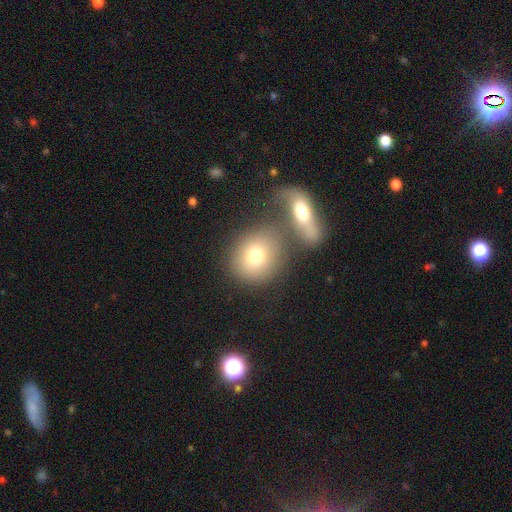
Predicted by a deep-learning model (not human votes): Smooth or featured?
  - smooth: 75% *
  - featured or disk: 16%
  - star or artifact: 9%
How rounded?
  - round: 70% *
  - in between: 29%
  - cigar-shaped: 1%
Merging?
  - none: 53% *
  - merger: 30%
  - minor disturbance: 11%
  - major disturbance: 6%